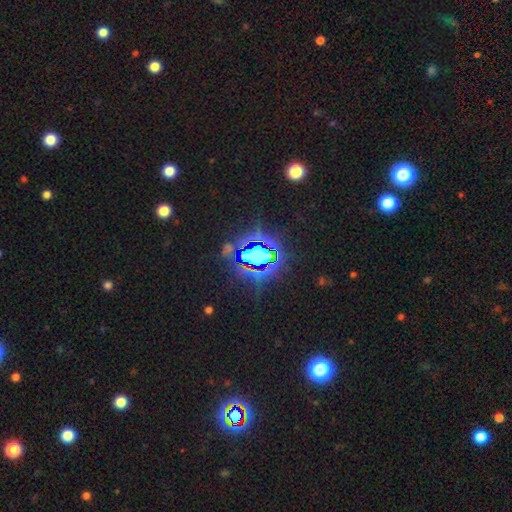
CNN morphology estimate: This is likely a star or artifact rather than a galaxy (76%).